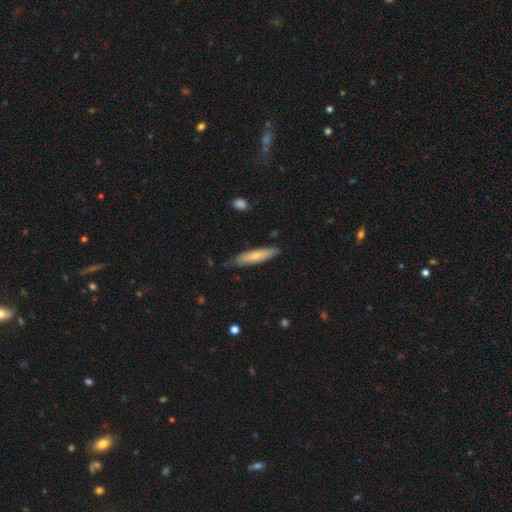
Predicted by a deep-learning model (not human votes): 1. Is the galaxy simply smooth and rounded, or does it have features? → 71% smooth, 24% featured or disk, 6% star or artifact.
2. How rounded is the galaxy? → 79% cigar-shaped, 20% in between, 1% round.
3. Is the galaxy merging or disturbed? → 79% none, 17% minor disturbance, 3% major disturbance, 2% merger.